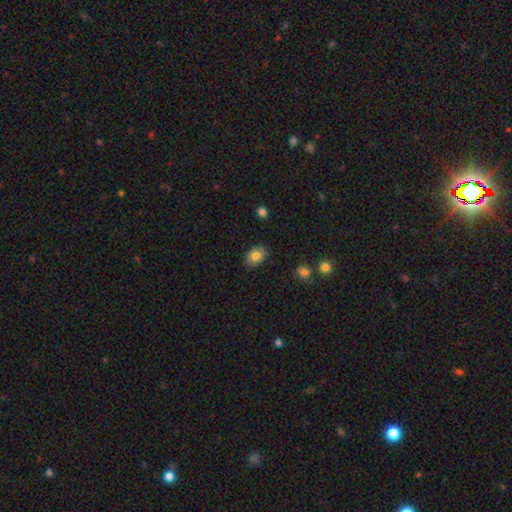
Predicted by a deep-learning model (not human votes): smooth_or_featured: smooth (p=0.82) [alt: featured or disk p=0.09]
how_rounded: in between (p=0.79) [alt: round p=0.20]
merging: none (p=0.84) [alt: minor disturbance p=0.12]